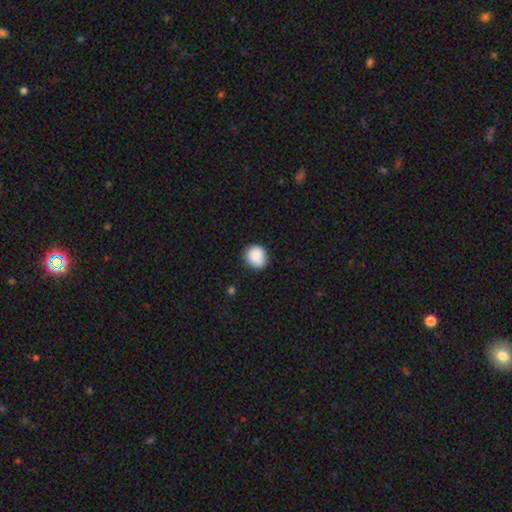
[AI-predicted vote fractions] smooth-or-featured: smooth: 86% | star or artifact: 8% | featured or disk: 6%
  how-rounded: round: 81% | in between: 18% | cigar-shaped: 1%
  merging: none: 81% | minor disturbance: 14% | major disturbance: 3% | merger: 2%